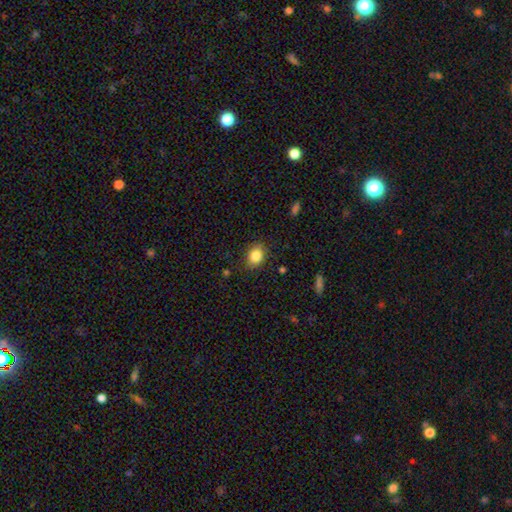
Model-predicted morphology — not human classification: smooth_or_featured: smooth (p=0.85) [alt: star or artifact p=0.09]
how_rounded: in between (p=0.60) [alt: round p=0.39]
merging: none (p=0.84) [alt: minor disturbance p=0.12]